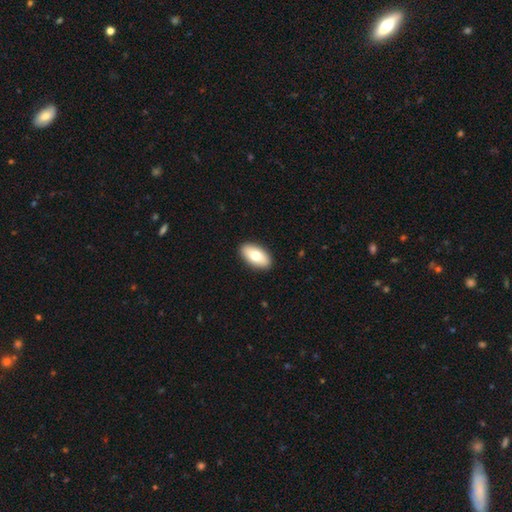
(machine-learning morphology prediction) Overall: smooth (74%). How rounded: in between (93%). Merging: none (91%).